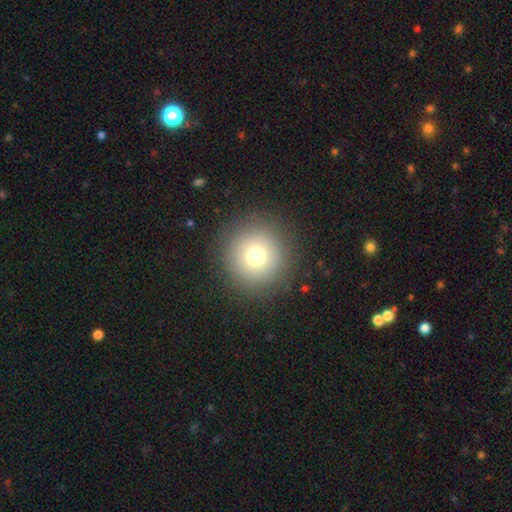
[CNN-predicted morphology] The model was most divided on "smooth or featured": smooth: 75%, star or artifact: 13%, featured or disk: 12%. More confident: how rounded — round (96%); merging — none (90%).